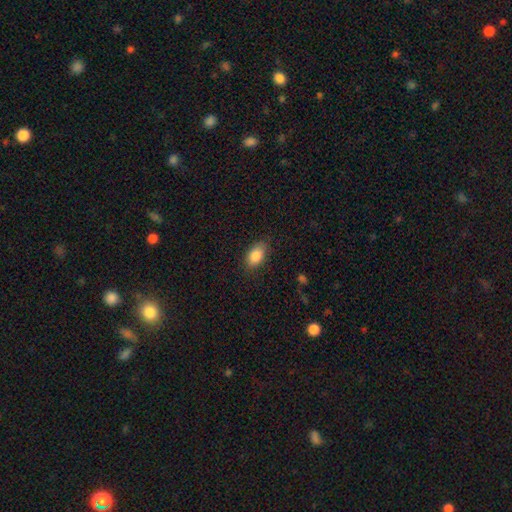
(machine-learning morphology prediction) Smooth or featured: smooth — 86% (star or artifact — 7%)
How rounded: in between — 90% (round — 8%)
Merging: none — 81% (minor disturbance — 15%)